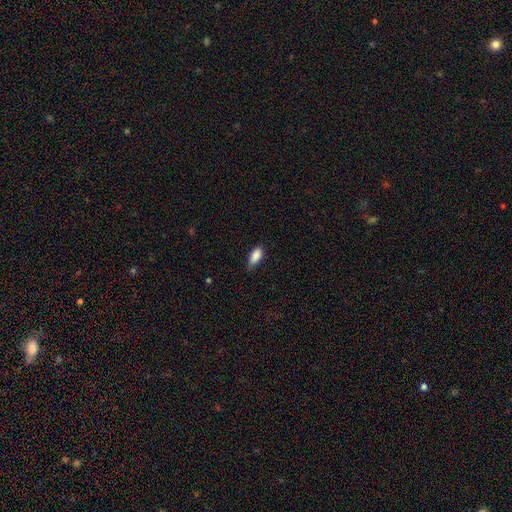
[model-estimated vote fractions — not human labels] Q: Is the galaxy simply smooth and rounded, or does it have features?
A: smooth — 87%.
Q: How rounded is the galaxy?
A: in between — 86%.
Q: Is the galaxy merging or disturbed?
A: none — 71%.